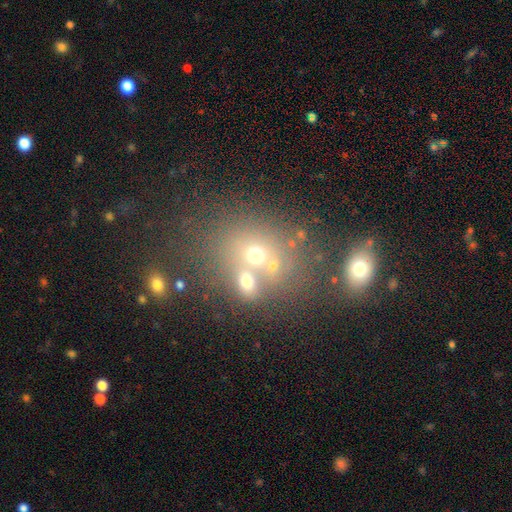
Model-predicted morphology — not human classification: Q: Smooth or featured?
A: smooth (58%); runner-up: star or artifact (22%)
Q: How rounded?
A: round (61%); runner-up: in between (38%)
Q: Merging?
A: merger (44%); runner-up: none (41%)